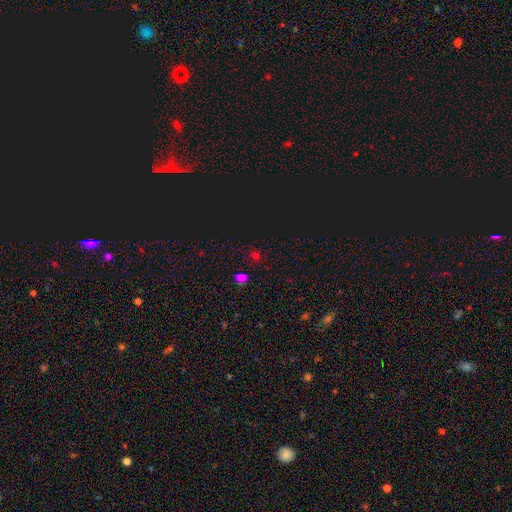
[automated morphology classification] smooth_or_featured: star or artifact (p=0.58) [alt: smooth p=0.36]